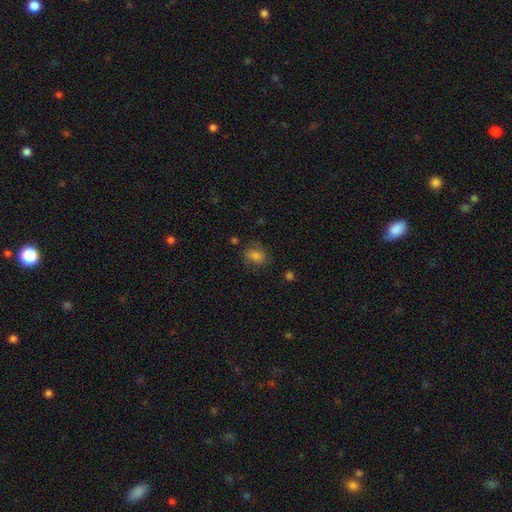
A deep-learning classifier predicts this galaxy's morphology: type=smooth (76%); roundness=in between (63%); merging=none (69%).